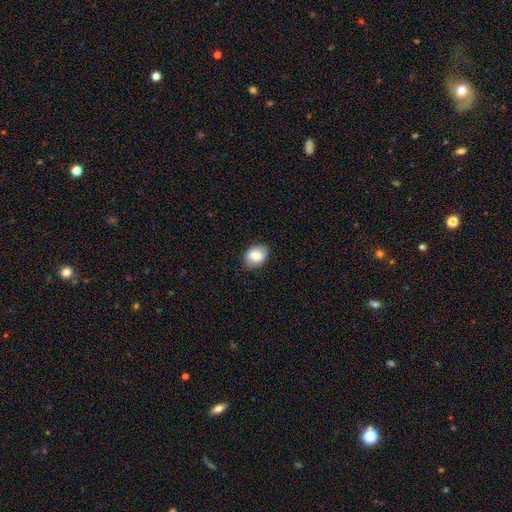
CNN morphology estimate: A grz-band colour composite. It shows a smooth galaxy with no disk features (80%) that is in between round and cigar-shaped (72%). Merging: none (84%).